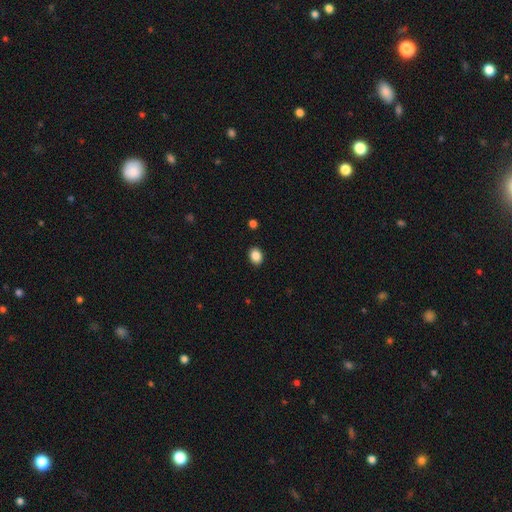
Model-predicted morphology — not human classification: A smooth galaxy with no disk features (88%) that is in between round and cigar-shaped (54%).

Vote fractions:
- Smooth or featured? smooth: 88% / star or artifact: 9% / featured or disk: 4%
- How rounded? in between: 54% / round: 45% / cigar-shaped: 1%
- Merging? none: 91% / minor disturbance: 6% / major disturbance: 2% / merger: 1%